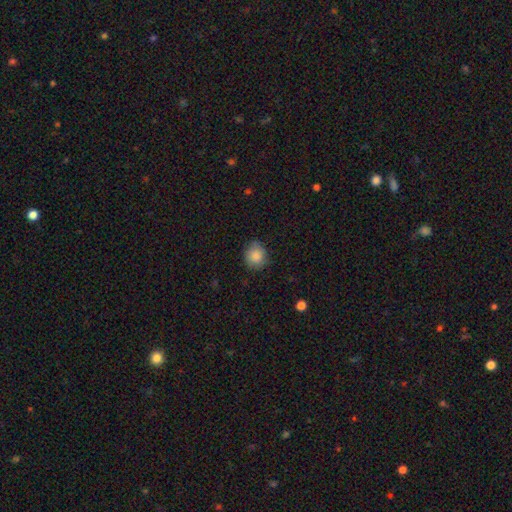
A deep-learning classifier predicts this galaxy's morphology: type=smooth (86%); roundness=round (79%); merging=none (79%).